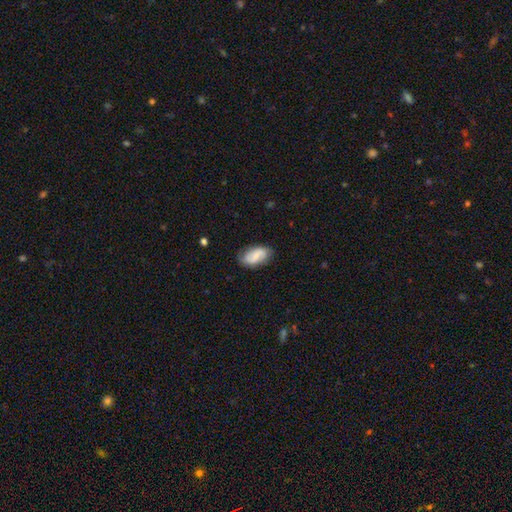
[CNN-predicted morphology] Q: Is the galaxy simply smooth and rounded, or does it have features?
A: smooth — 52%.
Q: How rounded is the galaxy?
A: in between — 93%.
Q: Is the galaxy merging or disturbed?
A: none — 76%.